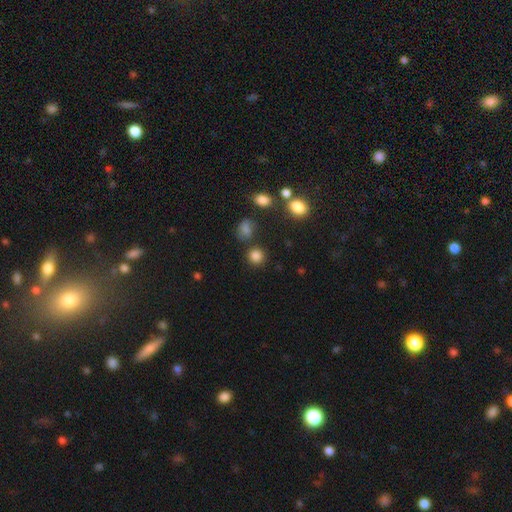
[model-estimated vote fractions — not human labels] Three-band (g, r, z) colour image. It shows a smooth galaxy with no disk features (82%) that is round (86%). Merging: none (80%).